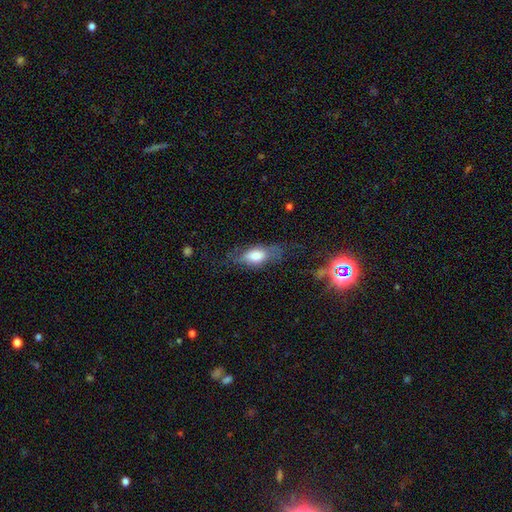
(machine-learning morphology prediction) This appears to be a smooth galaxy with no disk features (67%) that is in between round and cigar-shaped (78%). Merging: none (59%).